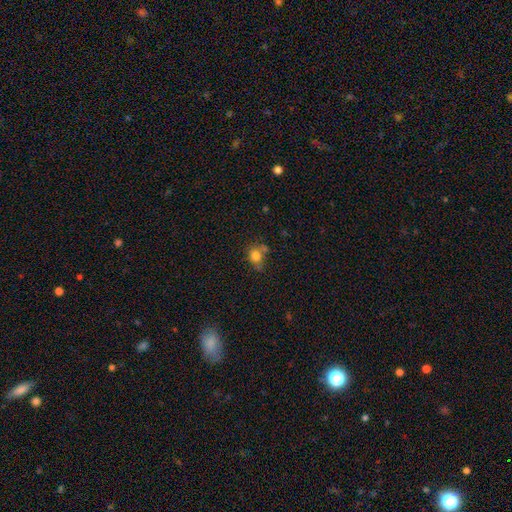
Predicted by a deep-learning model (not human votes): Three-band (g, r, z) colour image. It shows a smooth galaxy with no disk features (79%) that is round (69%). Merging: none (48%).